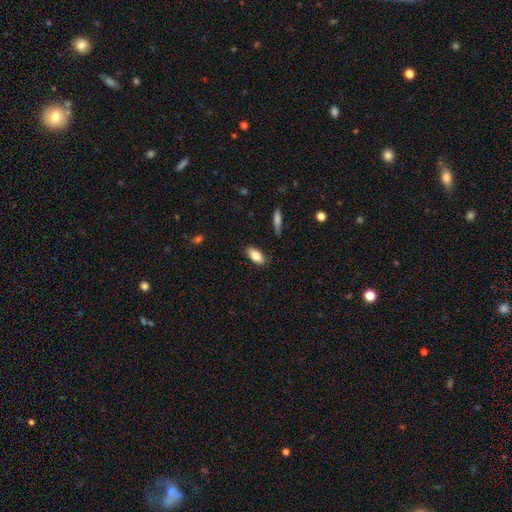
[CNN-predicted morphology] Overall: smooth (82%). How rounded: in between (87%). Merging: none (86%).